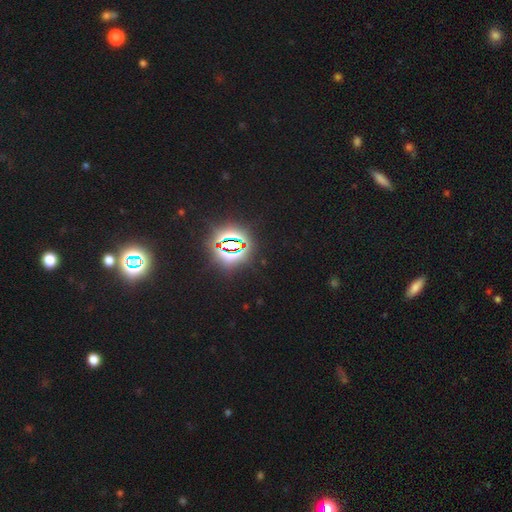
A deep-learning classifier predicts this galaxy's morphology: This appears to be a star or artifact, not a galaxy (82%).